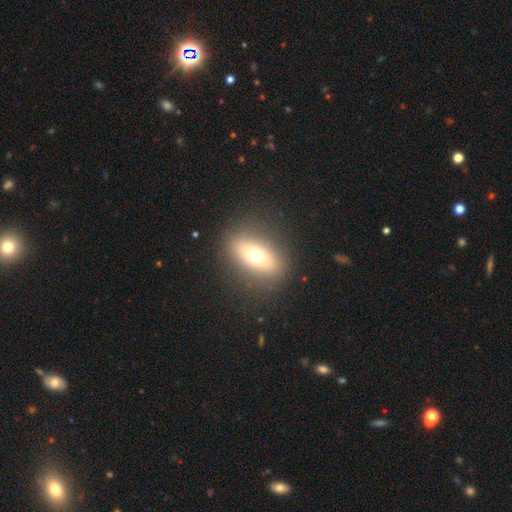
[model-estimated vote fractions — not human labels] Smooth or featured?
  - smooth: 63% *
  - featured or disk: 26%
  - star or artifact: 11%
How rounded?
  - in between: 73% *
  - round: 16%
  - cigar-shaped: 12%
Merging?
  - none: 85% *
  - minor disturbance: 9%
  - major disturbance: 5%
  - merger: 1%